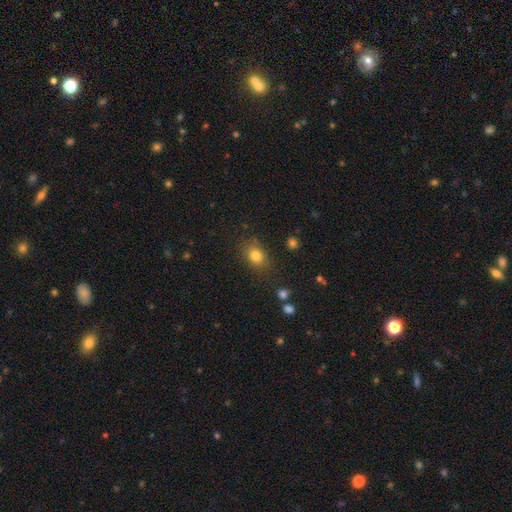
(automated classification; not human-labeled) A smooth galaxy with no disk features (81%) that is in between round and cigar-shaped (57%). Merging: none (79%).